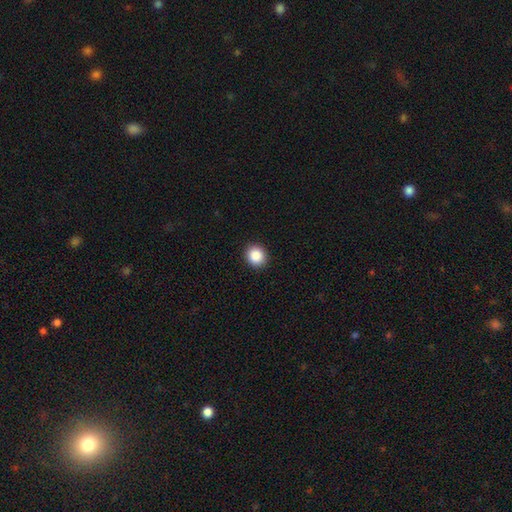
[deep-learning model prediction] Smooth or featured? Predicted: smooth (p=0.88). How rounded? Predicted: round (p=0.82). Merging? Predicted: none (p=0.92).